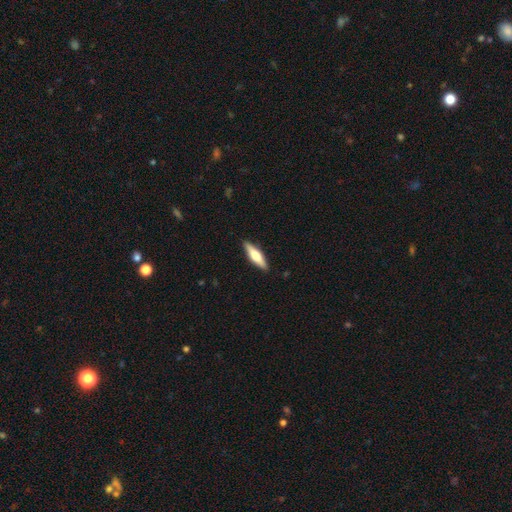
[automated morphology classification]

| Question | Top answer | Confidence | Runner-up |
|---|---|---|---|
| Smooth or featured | smooth | 48% | featured or disk (47%) |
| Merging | none | 90% | minor disturbance (8%) |